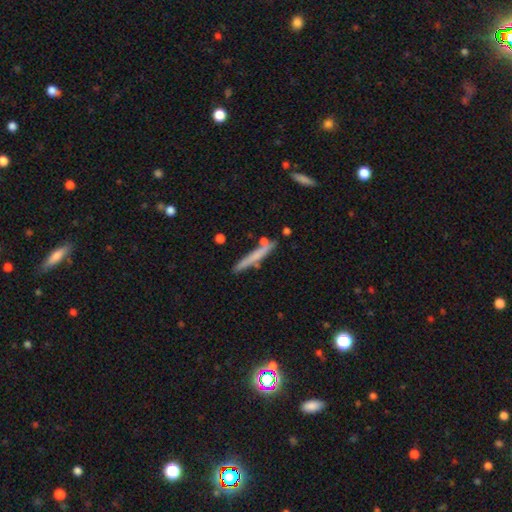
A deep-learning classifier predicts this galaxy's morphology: The model was most divided on "smooth or featured": smooth: 61%, featured or disk: 33%, star or artifact: 6%. More confident: how rounded — cigar-shaped (95%); merging — none (78%).